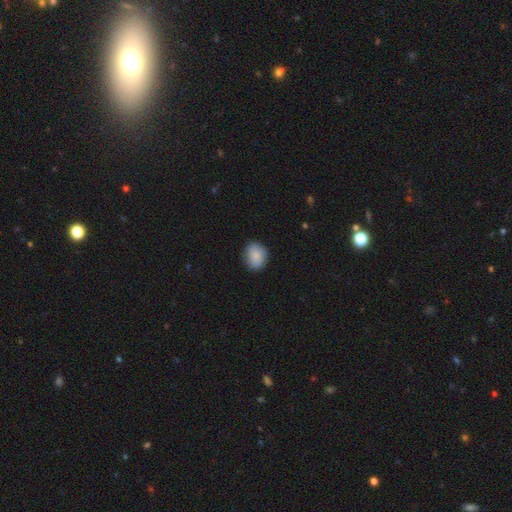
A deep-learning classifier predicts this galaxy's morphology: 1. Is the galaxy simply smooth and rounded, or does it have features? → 87% smooth, 7% star or artifact, 6% featured or disk.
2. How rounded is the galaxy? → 50% round, 49% in between, 1% cigar-shaped.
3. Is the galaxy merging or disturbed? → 84% none, 13% minor disturbance, 3% major disturbance, 1% merger.